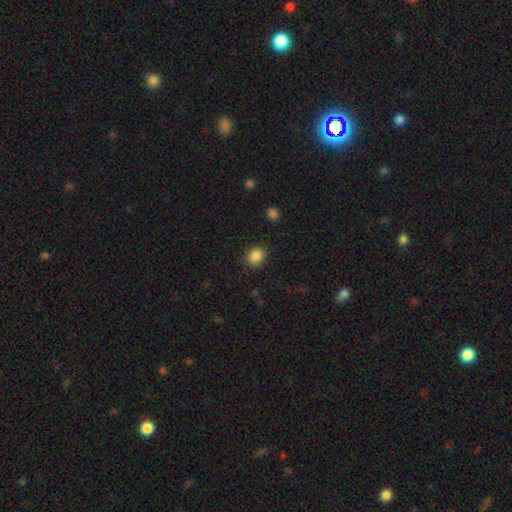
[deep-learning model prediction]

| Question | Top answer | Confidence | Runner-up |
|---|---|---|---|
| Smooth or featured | smooth | 87% | star or artifact (10%) |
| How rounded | round | 73% | in between (26%) |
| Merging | none | 87% | minor disturbance (9%) |